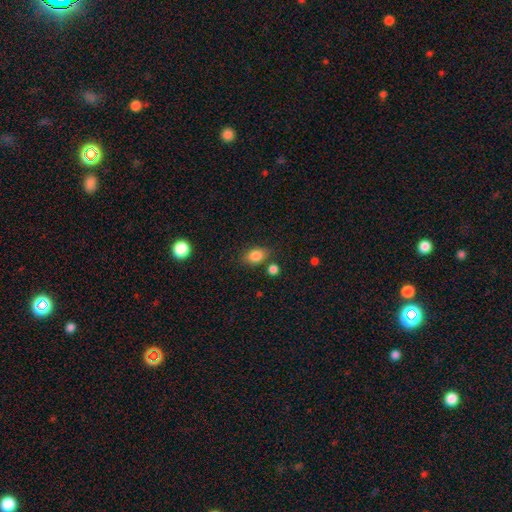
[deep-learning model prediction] A smooth galaxy with no disk features (84%) that is in between round and cigar-shaped (75%).

Vote fractions:
- Smooth or featured? smooth: 84% / star or artifact: 10% / featured or disk: 6%
- How rounded? in between: 75% / round: 24% / cigar-shaped: 2%
- Merging? none: 75% / minor disturbance: 14% / merger: 7% / major disturbance: 4%